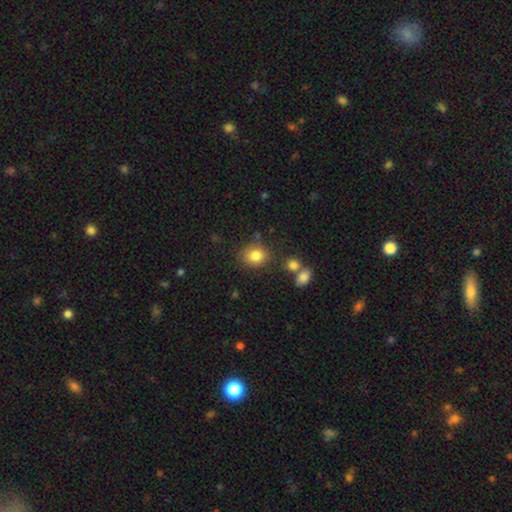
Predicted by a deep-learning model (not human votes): Q: Smooth or featured?
A: smooth (83%); runner-up: star or artifact (11%)
Q: How rounded?
A: round (67%); runner-up: in between (32%)
Q: Merging?
A: none (76%); runner-up: minor disturbance (13%)